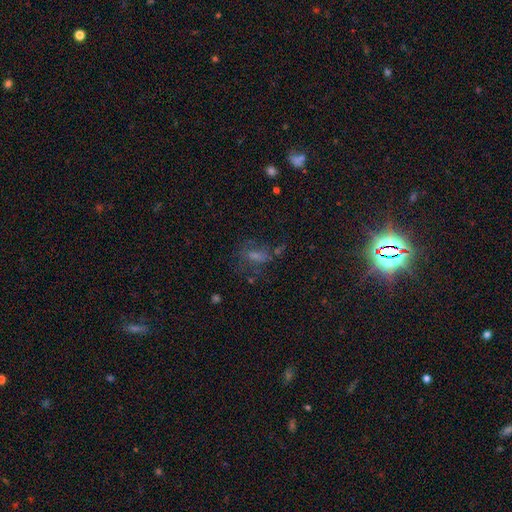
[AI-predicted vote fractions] Smooth or featured?
  - smooth: 43% *
  - featured or disk: 31%
  - star or artifact: 26%
Merging?
  - none: 46% *
  - major disturbance: 27%
  - minor disturbance: 21%
  - merger: 7%